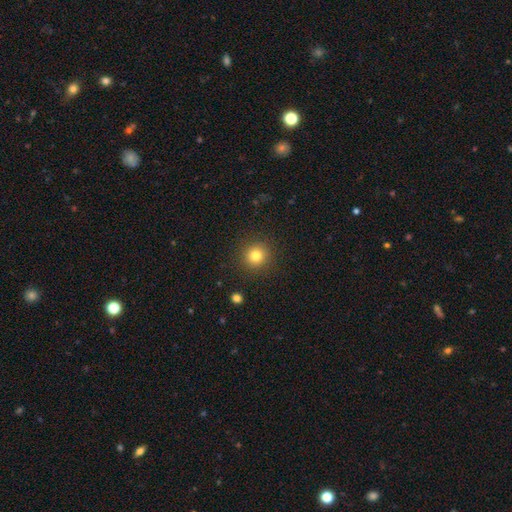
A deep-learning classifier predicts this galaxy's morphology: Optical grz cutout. It shows a smooth galaxy with no disk features (80%) that is round (93%). Merging: none (90%).